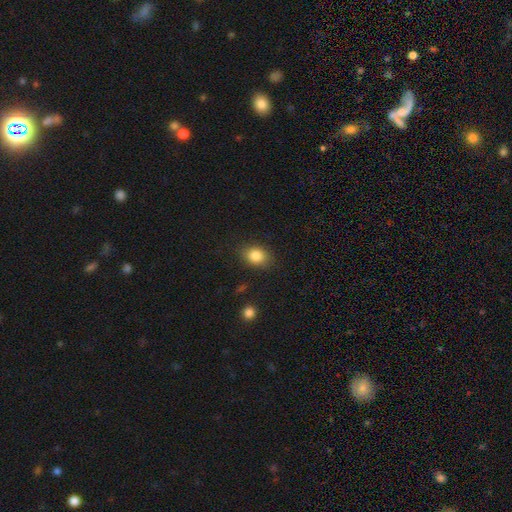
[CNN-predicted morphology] Smooth or featured: smooth — 85% (star or artifact — 9%)
How rounded: in between — 59% (round — 39%)
Merging: none — 83% (minor disturbance — 12%)